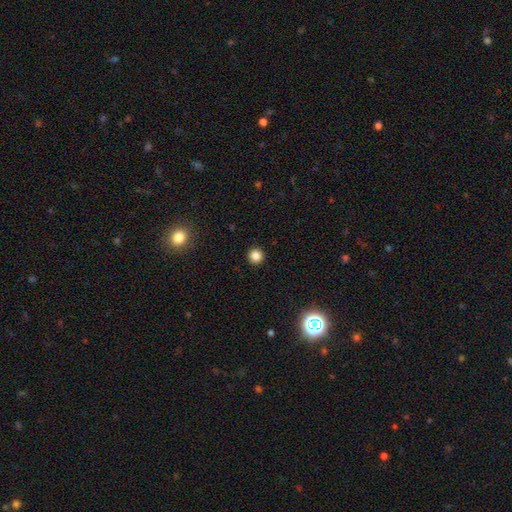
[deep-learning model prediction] smooth_or_featured: smooth (p=0.85) [alt: star or artifact p=0.12]
how_rounded: round (p=0.96) [alt: in between p=0.03]
merging: none (p=0.93) [alt: minor disturbance p=0.04]